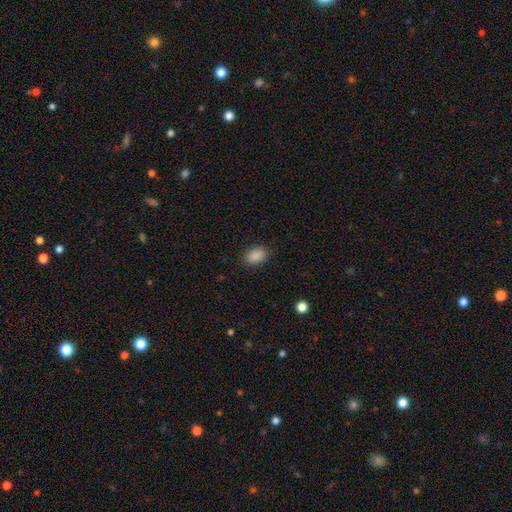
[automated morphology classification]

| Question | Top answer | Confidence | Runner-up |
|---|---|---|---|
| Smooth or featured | smooth | 89% | star or artifact (8%) |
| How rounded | in between | 90% | round (9%) |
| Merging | none | 88% | minor disturbance (9%) |